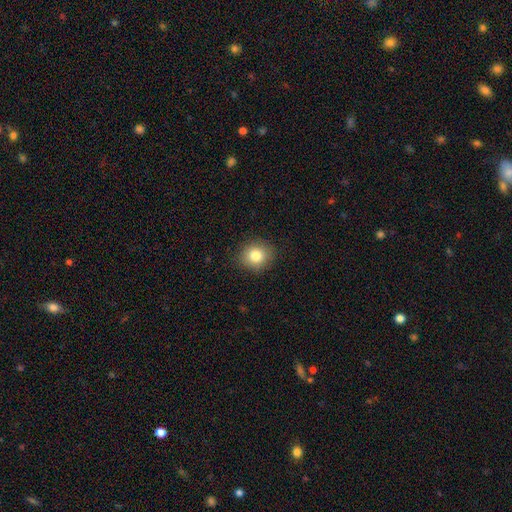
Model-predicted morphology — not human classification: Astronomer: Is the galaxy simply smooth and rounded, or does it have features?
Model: smooth — 82%.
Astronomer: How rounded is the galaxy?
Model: round — 75%.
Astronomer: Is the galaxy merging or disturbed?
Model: none — 88%.